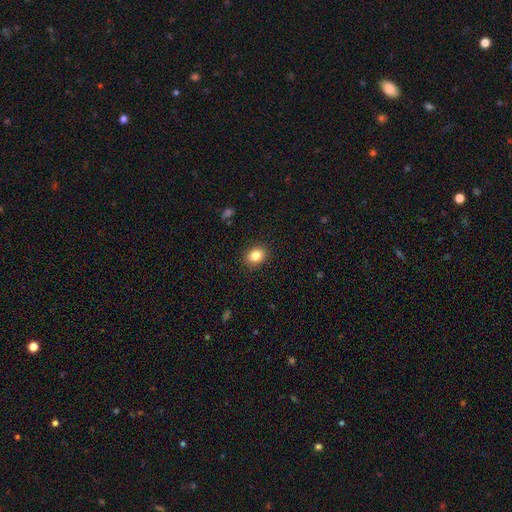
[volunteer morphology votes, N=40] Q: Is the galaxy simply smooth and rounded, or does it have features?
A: smooth — 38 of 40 (95%).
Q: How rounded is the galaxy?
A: round — 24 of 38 (63%).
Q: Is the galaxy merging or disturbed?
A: none — 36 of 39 (92%).